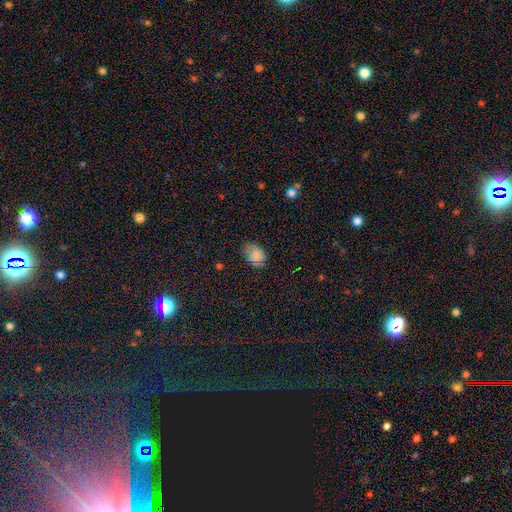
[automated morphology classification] smooth-or-featured: smooth: 83% | star or artifact: 9% | featured or disk: 7%
  how-rounded: in between: 68% | round: 31% | cigar-shaped: 1%
  merging: none: 59% | minor disturbance: 31% | major disturbance: 8% | merger: 2%